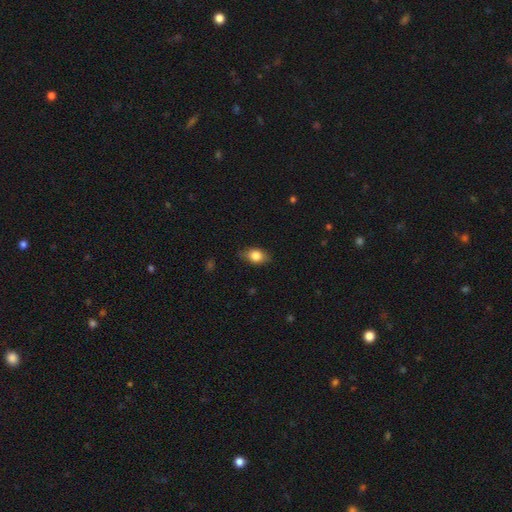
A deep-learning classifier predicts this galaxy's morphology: smooth 79%, featured or disk 13%, star or artifact 8%. Down the decision tree: how rounded — in between (77%); merging — none (79%).